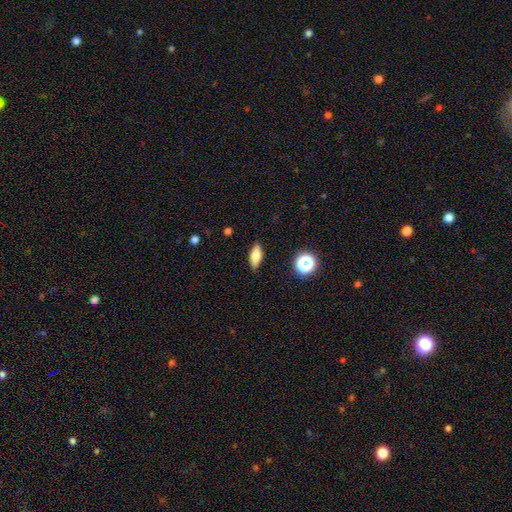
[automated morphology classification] The model was most divided on "how rounded": in between: 59%, cigar-shaped: 36%, round: 6%. More confident: merging — none (88%); smooth or featured — smooth (70%).